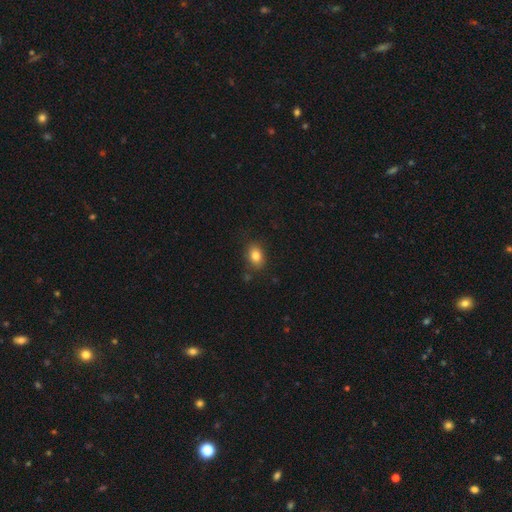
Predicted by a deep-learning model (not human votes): Smooth or featured?
  - smooth: 82% *
  - star or artifact: 10%
  - featured or disk: 8%
How rounded?
  - in between: 74% *
  - round: 24%
  - cigar-shaped: 1%
Merging?
  - none: 83% *
  - minor disturbance: 12%
  - major disturbance: 3%
  - merger: 2%